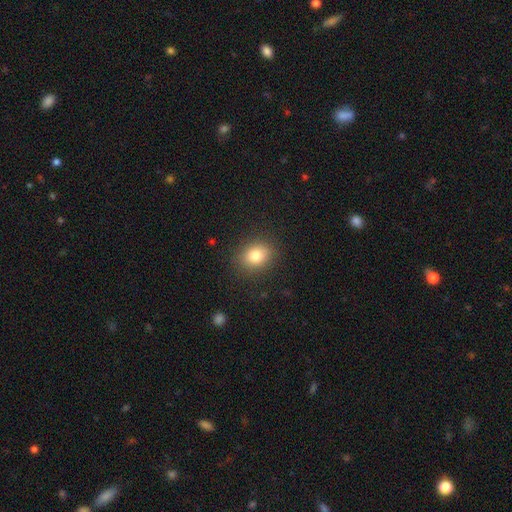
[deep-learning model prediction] Q: Smooth or featured?
A: smooth (81%); runner-up: star or artifact (10%)
Q: How rounded?
A: in between (51%); runner-up: round (48%)
Q: Merging?
A: none (86%); runner-up: minor disturbance (9%)